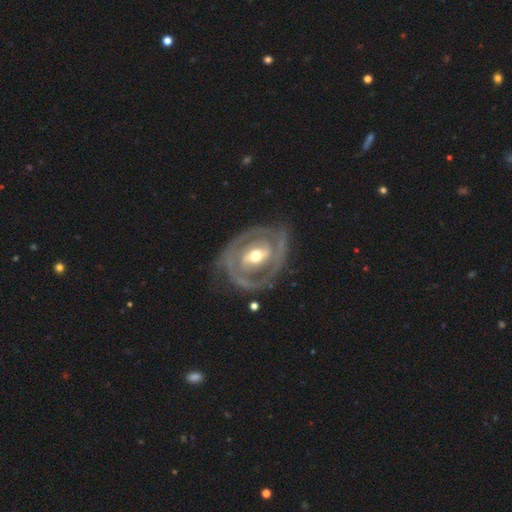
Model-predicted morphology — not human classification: type=featured or disk (84%); edge-on=no (95%); bar=weak (36%, tied with no); spiral arms=yes (78%); winding=tight (59%); arm count=2 (58%); bulge=moderate (67%); merging=none (70%).